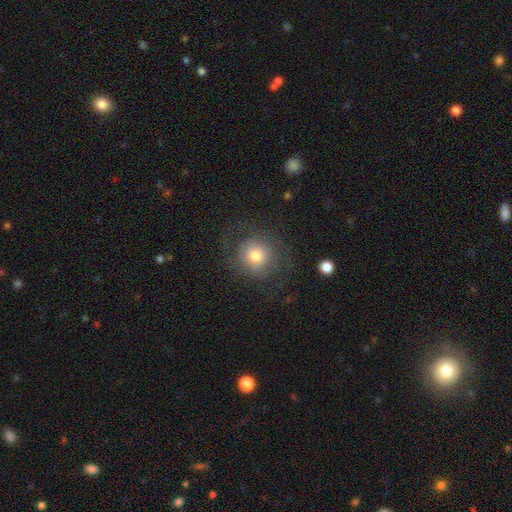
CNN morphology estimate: Overall: smooth (54%; featured or disk 35%). How rounded: round (88%). Merging: none (68%).